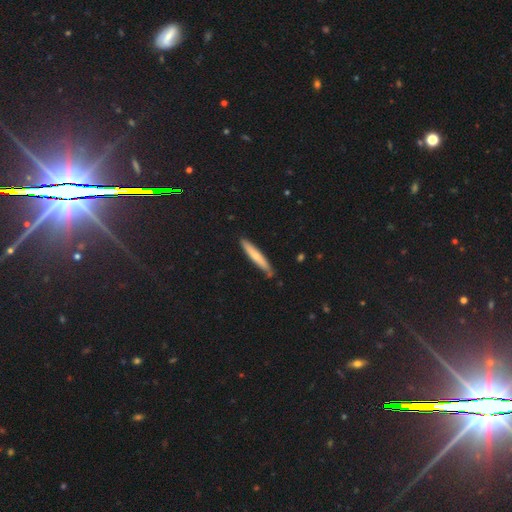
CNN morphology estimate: Q: Smooth or featured?
A: smooth (65%); runner-up: featured or disk (29%)
Q: How rounded?
A: cigar-shaped (94%); runner-up: in between (5%)
Q: Merging?
A: none (82%); runner-up: minor disturbance (14%)